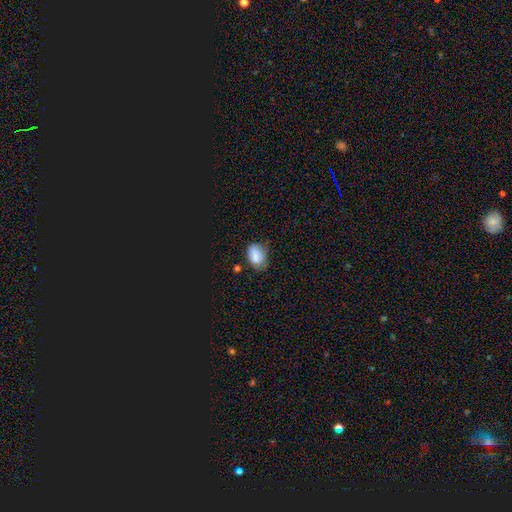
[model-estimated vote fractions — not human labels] Q: Smooth or featured?
A: smooth (81%); runner-up: star or artifact (11%)
Q: How rounded?
A: in between (78%); runner-up: round (21%)
Q: Merging?
A: none (58%); runner-up: minor disturbance (30%)